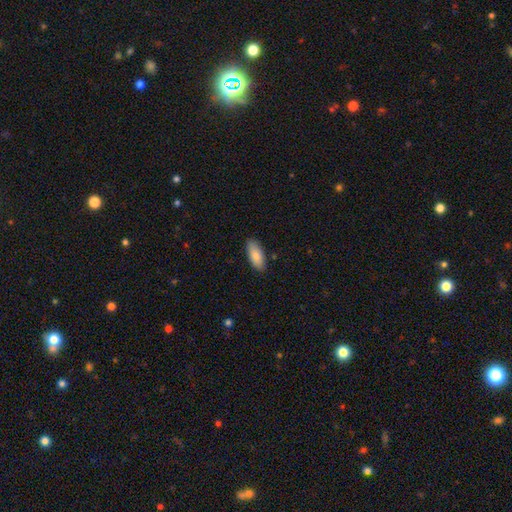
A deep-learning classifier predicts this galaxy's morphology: A smooth galaxy with no disk features (87%) that is in between round and cigar-shaped (84%).

Vote fractions:
- Smooth or featured? smooth: 87% / featured or disk: 7% / star or artifact: 6%
- How rounded? in between: 84% / cigar-shaped: 14% / round: 2%
- Merging? none: 85% / minor disturbance: 11% / major disturbance: 2% / merger: 1%